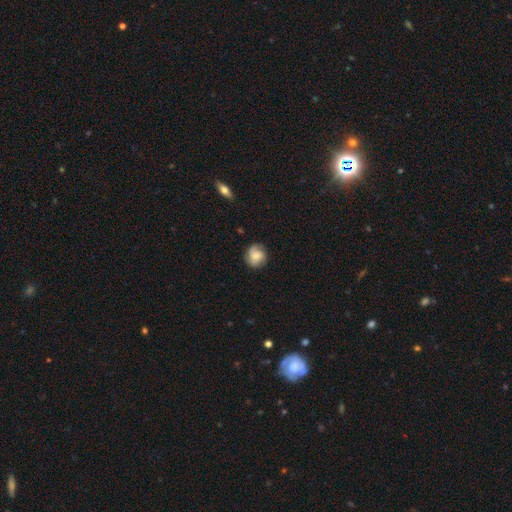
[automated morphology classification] smooth 63%, featured or disk 29%, star or artifact 8%. Down the decision tree: how rounded — round (81%); merging — none (74%).